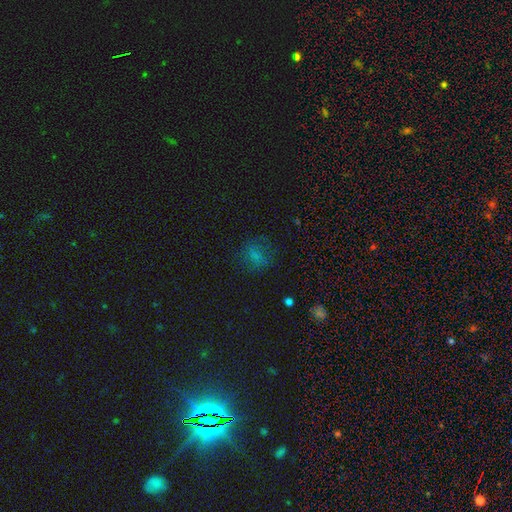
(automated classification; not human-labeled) This appears to be a smooth galaxy with no disk features (65%) that is round (56%). Merging: none (69%).